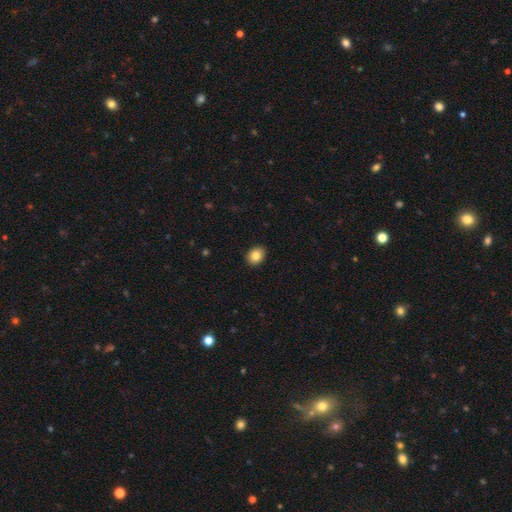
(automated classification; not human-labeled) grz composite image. It shows a smooth galaxy with no disk features (83%) that is round (50%). Merging: none (91%).